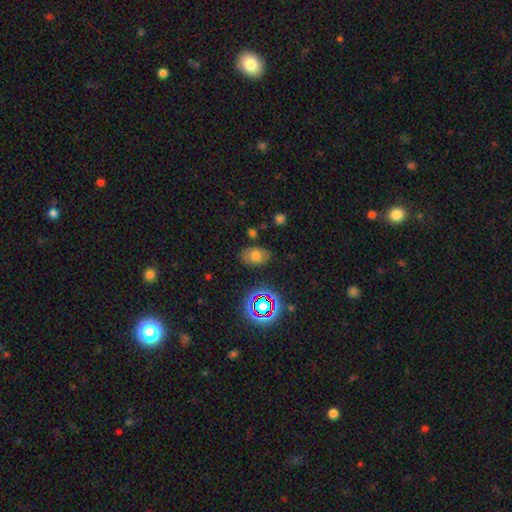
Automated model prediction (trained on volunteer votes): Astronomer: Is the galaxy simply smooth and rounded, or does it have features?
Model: smooth — 63%.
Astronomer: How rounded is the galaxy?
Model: in between — 83%.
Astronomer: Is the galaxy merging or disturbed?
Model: none — 77%.